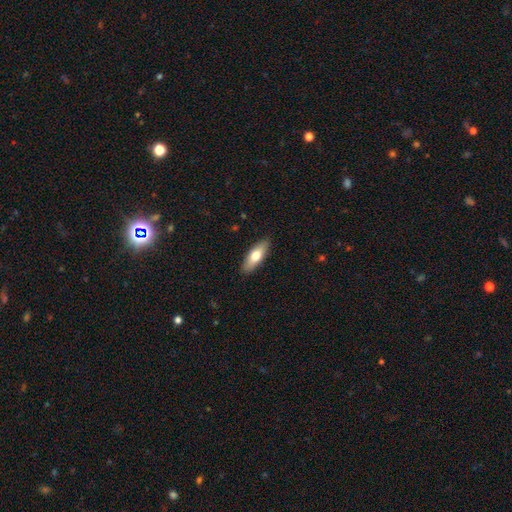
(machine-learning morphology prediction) A smooth galaxy with no disk features (69%) that is in between round and cigar-shaped (63%).

Vote fractions:
- Smooth or featured? smooth: 69% / featured or disk: 25% / star or artifact: 6%
- How rounded? in between: 63% / cigar-shaped: 34% / round: 2%
- Merging? none: 89% / minor disturbance: 8% / major disturbance: 2% / merger: 1%